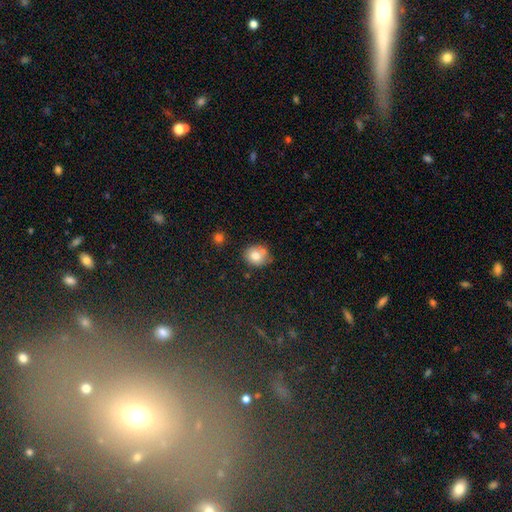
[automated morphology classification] Overall: smooth (77%). How rounded: round (78%). Merging: none (64%).